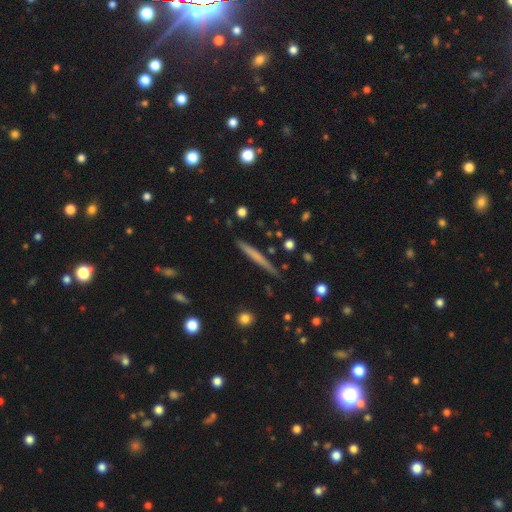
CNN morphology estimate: Smooth or featured? Predicted: smooth (p=0.52). How rounded? Predicted: cigar-shaped (p=0.96). Merging? Predicted: none (p=0.87).